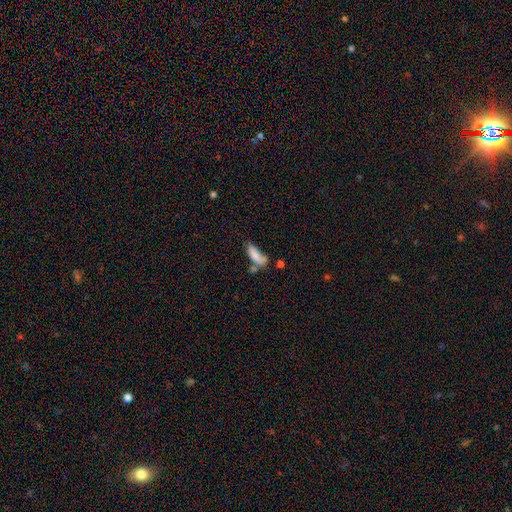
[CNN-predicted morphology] A smooth galaxy with no disk features (78%) that is in between round and cigar-shaped (63%).

Vote fractions:
- Smooth or featured? smooth: 78% / featured or disk: 13% / star or artifact: 9%
- How rounded? in between: 63% / cigar-shaped: 35% / round: 3%
- Merging? none: 35% / merger: 27% / minor disturbance: 23% / major disturbance: 15%